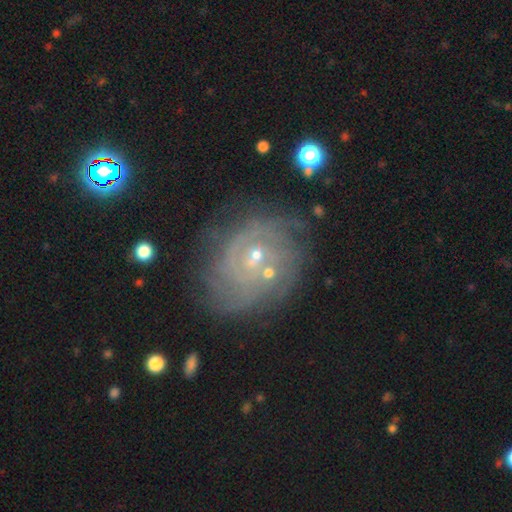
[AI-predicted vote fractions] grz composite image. It shows a featured or disk galaxy (81%) with no bar (56%), tight (69%) spiral arms (94%) and a small central bulge (76%). Merging: none (70%).